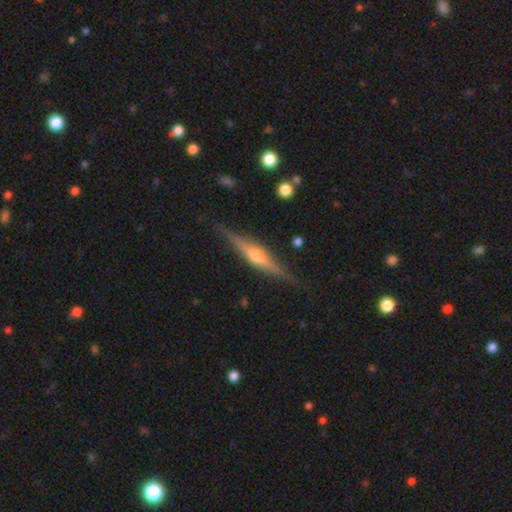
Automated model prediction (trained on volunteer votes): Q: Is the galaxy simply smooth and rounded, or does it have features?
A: featured or disk — 80%.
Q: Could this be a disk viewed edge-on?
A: yes — 98%.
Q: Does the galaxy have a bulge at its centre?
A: rounded — 91%.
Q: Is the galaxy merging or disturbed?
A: none — 88%.